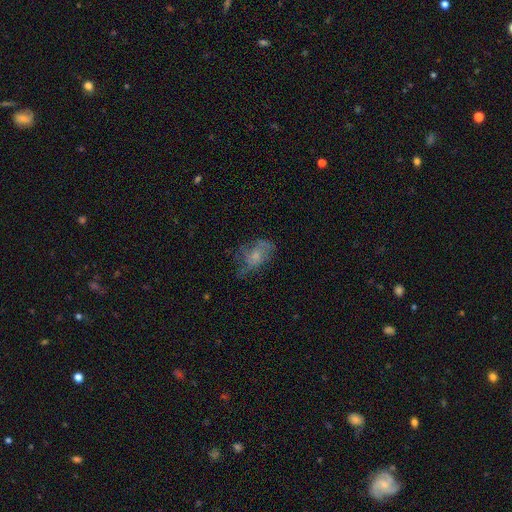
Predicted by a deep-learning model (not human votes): The model was most divided on "smooth or featured": featured or disk: 45%, smooth: 43%, star or artifact: 12%. Remaining: merging — none (46%).